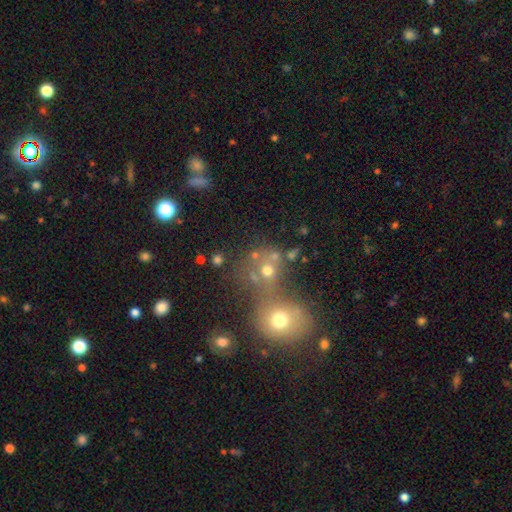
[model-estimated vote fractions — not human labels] The model was most divided on "merging": merger: 49%, none: 36%, minor disturbance: 8%, major disturbance: 7%. More confident: how rounded — round (77%); smooth or featured — smooth (60%).